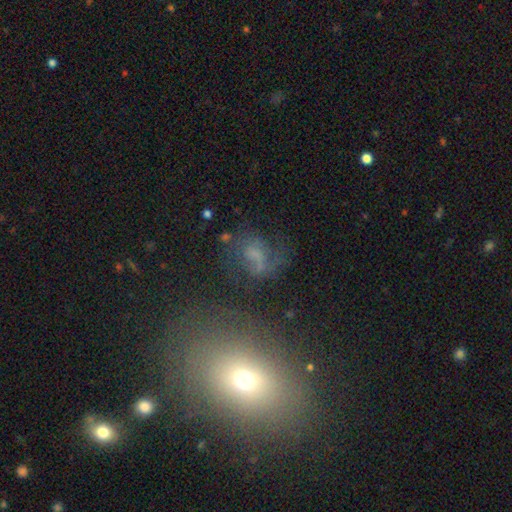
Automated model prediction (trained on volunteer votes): Smooth or featured?
  - smooth: 38% *
  - featured or disk: 34%
  - star or artifact: 28%
Merging?
  - none: 48% *
  - major disturbance: 23%
  - minor disturbance: 20%
  - merger: 9%